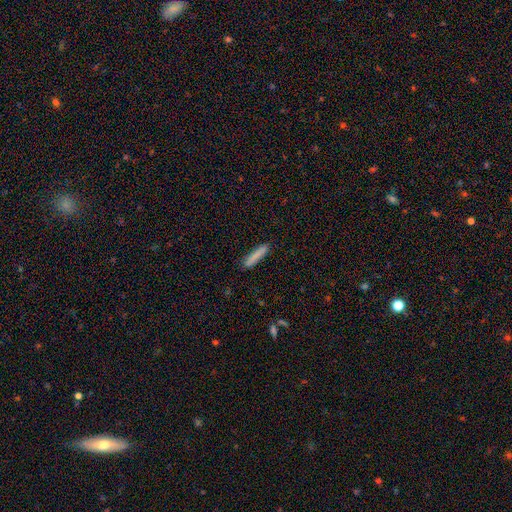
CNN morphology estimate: This is clearly a smooth galaxy (83%). How rounded: clearly cigar-shaped (91%). Merging: clearly none (88%).